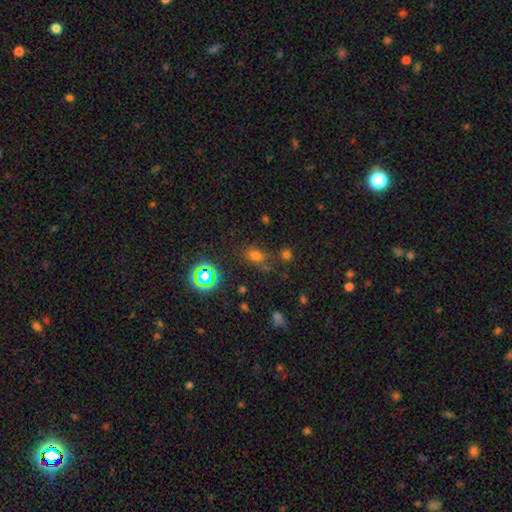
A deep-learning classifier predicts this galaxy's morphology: A smooth galaxy with no disk features (60%) that is in between round and cigar-shaped (64%). Merging: none (66%).